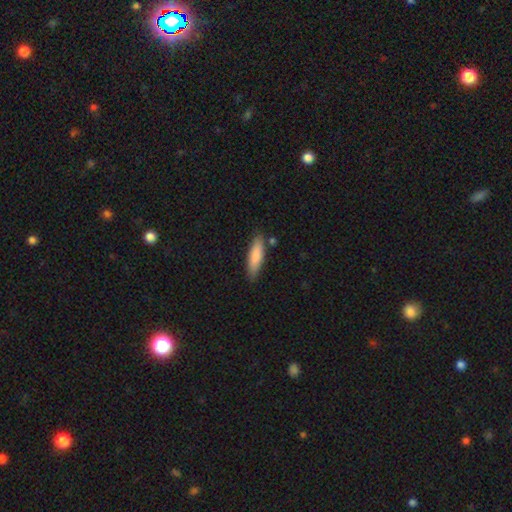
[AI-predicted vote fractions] Smooth or featured: smooth — 83% (featured or disk — 11%)
How rounded: cigar-shaped — 64% (in between — 34%)
Merging: none — 82% (minor disturbance — 12%)